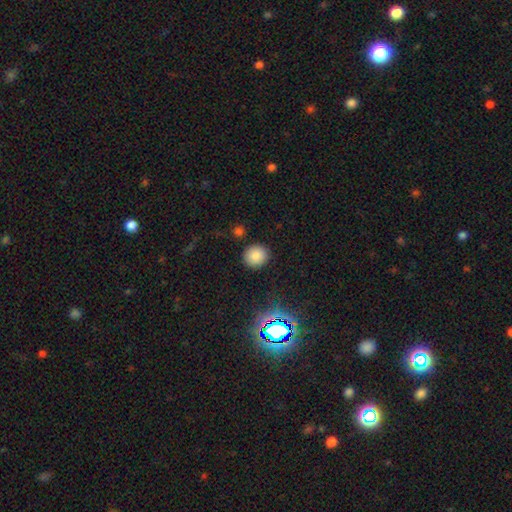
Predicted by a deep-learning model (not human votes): Smooth or featured? smooth (81%)
How rounded? round (87%)
Merging? none (89%)